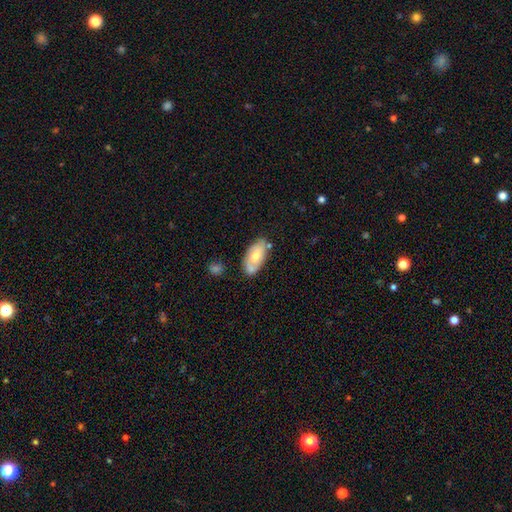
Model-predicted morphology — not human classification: Q: Smooth or featured?
A: smooth (58%); runner-up: featured or disk (35%)
Q: How rounded?
A: in between (91%); runner-up: cigar-shaped (5%)
Q: Merging?
A: none (64%); runner-up: minor disturbance (21%)